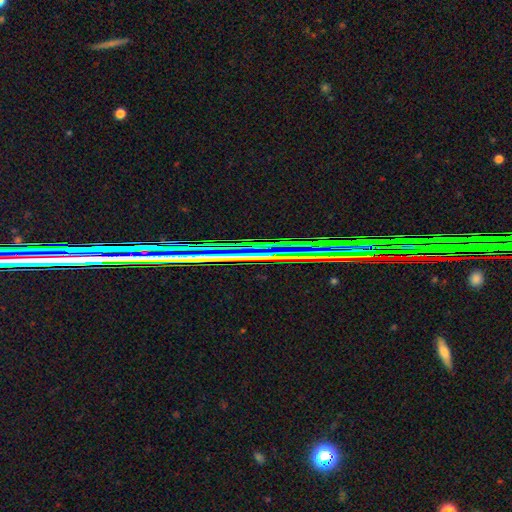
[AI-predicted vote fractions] star or artifact 73%, featured or disk 18%, smooth 9%.